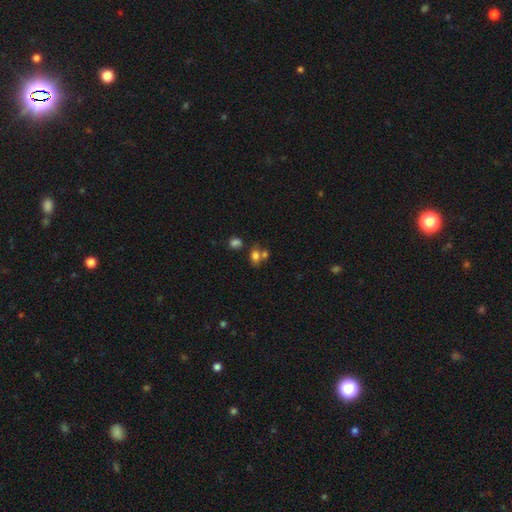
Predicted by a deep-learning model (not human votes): The model was most divided on "merging": none: 45%, merger: 37%, minor disturbance: 12%, major disturbance: 6%. More confident: smooth or featured — smooth (74%); how rounded — in between (68%).